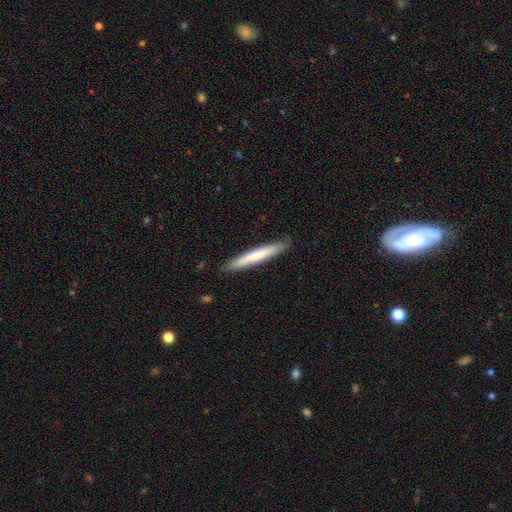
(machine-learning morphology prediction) Smooth or featured: smooth — 69% (featured or disk — 26%)
How rounded: cigar-shaped — 96% (in between — 3%)
Merging: none — 89% (minor disturbance — 9%)